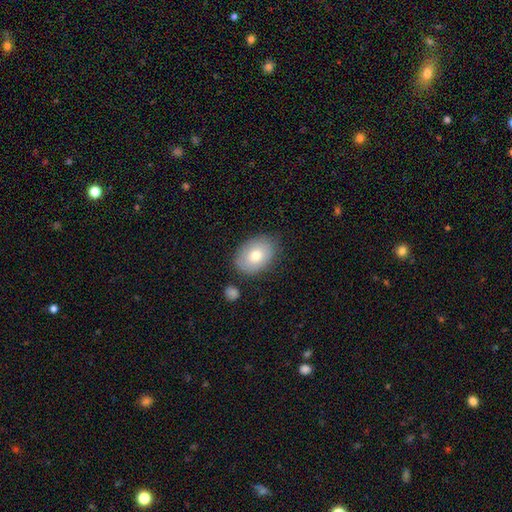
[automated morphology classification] This is likely a smooth galaxy (74%). How rounded: likely in between (78%). Merging: likely none (79%).